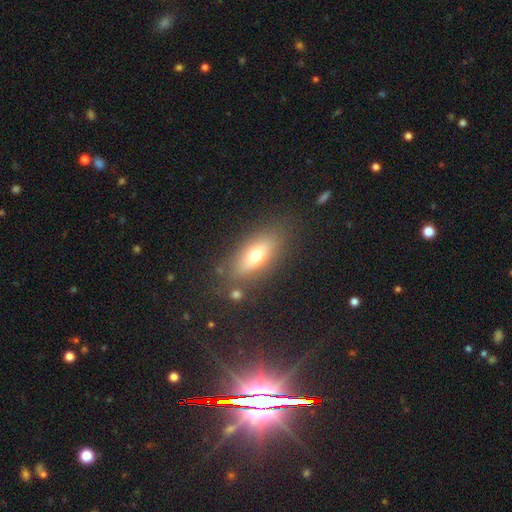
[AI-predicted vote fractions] The model was most divided on "smooth or featured": smooth: 64%, featured or disk: 27%, star or artifact: 9%. More confident: merging — none (80%); how rounded — in between (69%).